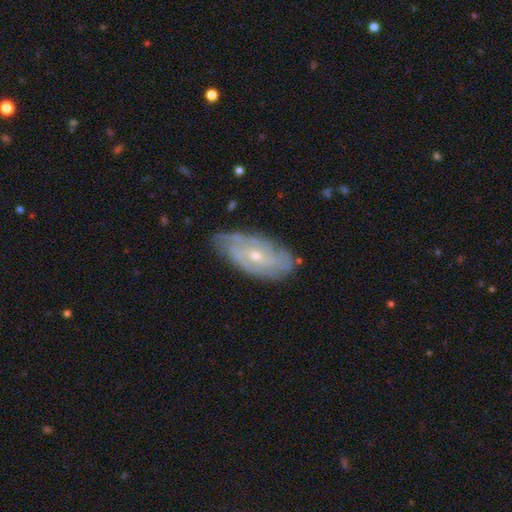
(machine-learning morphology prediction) smooth-or-featured: featured or disk: 79% | smooth: 15% | star or artifact: 6%
  disk-edge-on: no: 92% | yes: 8%
    bar: no: 66% | weak: 29% | strong: 5%
    has-spiral-arms: yes: 91% | no: 9%
      spiral-winding: tight: 60% | medium: 31% | loose: 9%
      spiral-arm-count: can't tell: 42% | 2: 22% | 3: 17% | 4: 10% | more than 4: 4% | 1: 4%
    bulge-size: small: 57% | moderate: 40% | none: 1% | large: 1% | dominant: 1%
  merging: none: 71% | minor disturbance: 22% | major disturbance: 5% | merger: 1%